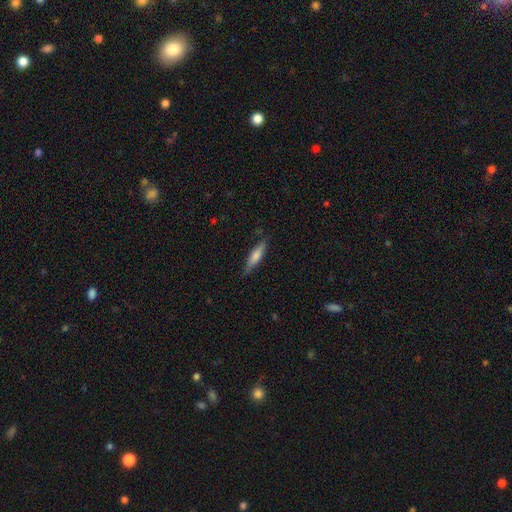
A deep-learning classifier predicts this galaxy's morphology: smooth 58%, featured or disk 36%, star or artifact 6%. Down the decision tree: how rounded — cigar-shaped (78%); merging — none (81%).